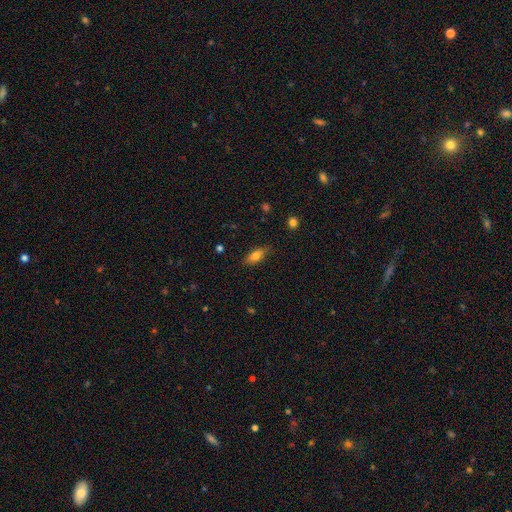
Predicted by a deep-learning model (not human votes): smooth 76%, featured or disk 16%, star or artifact 8%. Down the decision tree: how rounded — in between (77%); merging — none (83%).